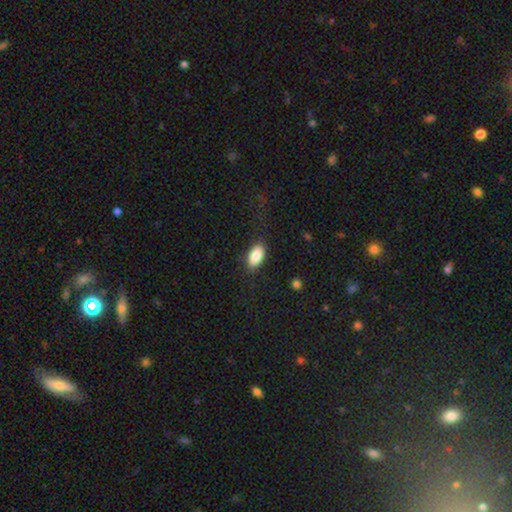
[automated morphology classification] smooth_or_featured: smooth (p=0.86) [alt: star or artifact p=0.07]
how_rounded: in between (p=0.92) [alt: round p=0.04]
merging: none (p=0.80) [alt: minor disturbance p=0.13]